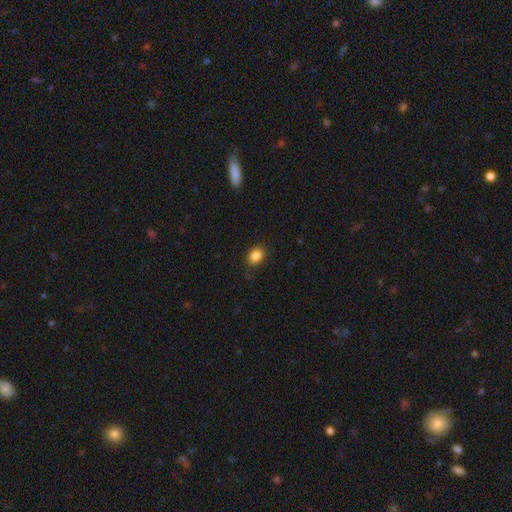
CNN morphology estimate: A smooth galaxy with no disk features (86%) that is round (51%). Merging: none (82%).